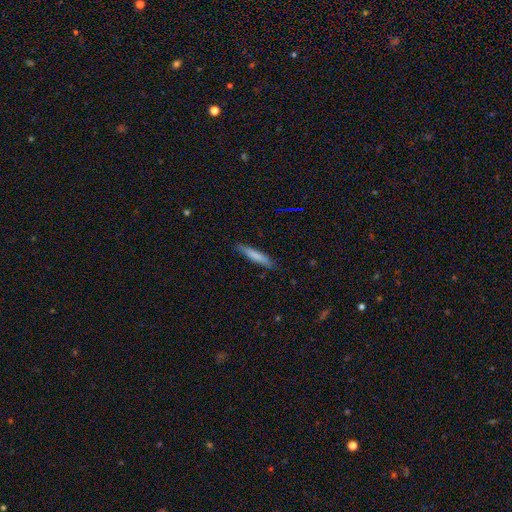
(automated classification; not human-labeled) This is likely a smooth galaxy (75%). How rounded: clearly cigar-shaped (91%). Merging: clearly none (86%).